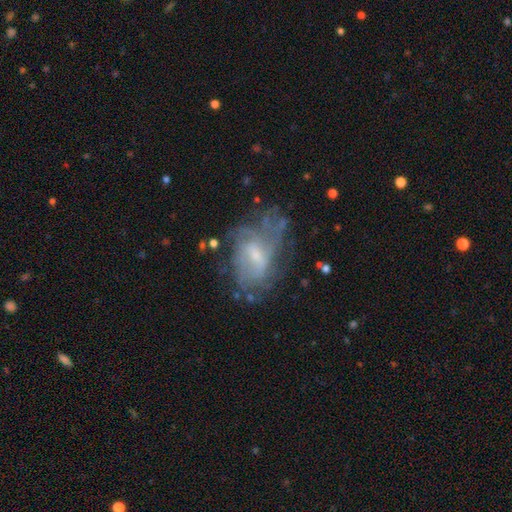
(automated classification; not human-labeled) Q: Smooth or featured?
A: featured or disk (68%); runner-up: smooth (22%)
Q: Edge-on disk?
A: no (96%); runner-up: yes (4%)
Q: Bar?
A: weak (49%); runner-up: no (42%)
Q: Spiral arms?
A: yes (67%); runner-up: no (33%)
Q: Bulge size?
A: small (52%); runner-up: moderate (34%)
Q: Merging?
A: none (49%); runner-up: major disturbance (25%)